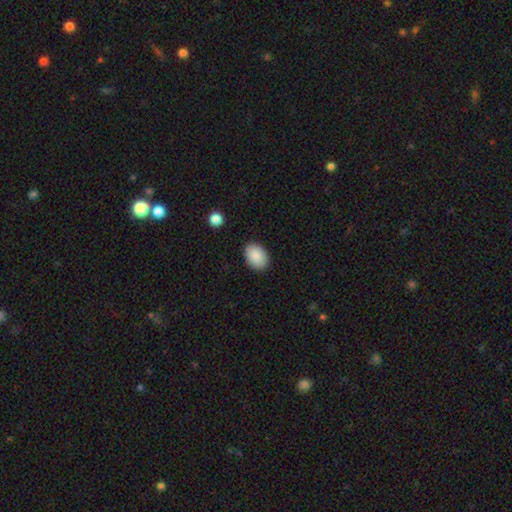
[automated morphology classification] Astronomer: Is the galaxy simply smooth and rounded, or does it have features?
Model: smooth — 90%.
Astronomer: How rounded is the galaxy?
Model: in between — 83%.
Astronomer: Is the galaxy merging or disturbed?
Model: none — 87%.